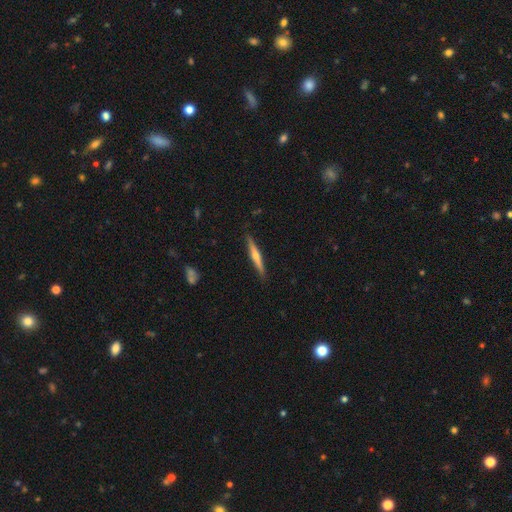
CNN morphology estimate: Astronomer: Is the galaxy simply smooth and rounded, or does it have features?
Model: featured or disk — 62%.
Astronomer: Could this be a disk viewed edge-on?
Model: yes — 97%.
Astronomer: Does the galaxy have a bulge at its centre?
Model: rounded — 80%.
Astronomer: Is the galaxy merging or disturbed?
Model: none — 90%.